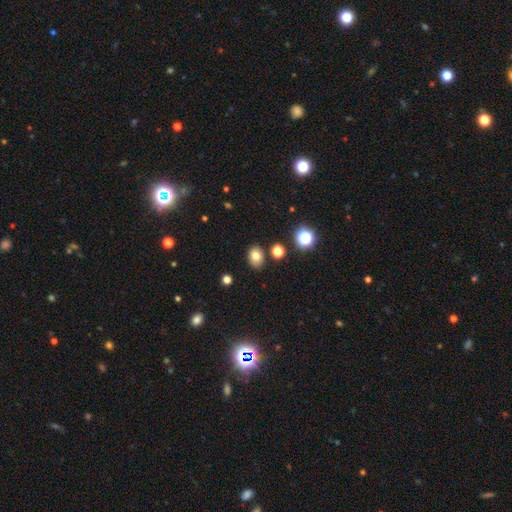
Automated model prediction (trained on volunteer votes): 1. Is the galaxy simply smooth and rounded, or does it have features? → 77% smooth, 13% star or artifact, 9% featured or disk.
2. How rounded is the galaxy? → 64% in between, 35% round, 1% cigar-shaped.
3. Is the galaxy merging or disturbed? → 84% none, 10% minor disturbance, 4% merger, 3% major disturbance.